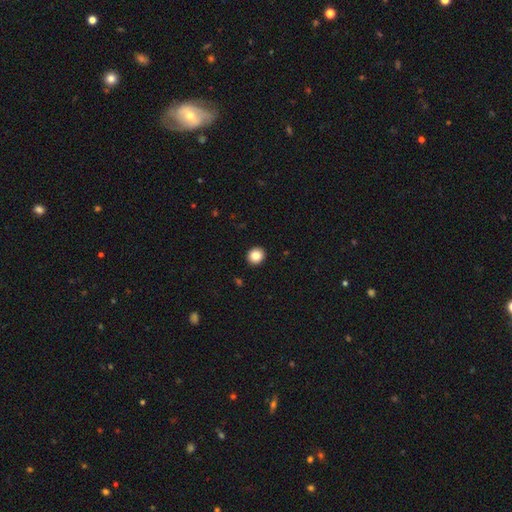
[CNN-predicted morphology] A smooth galaxy with no disk features (86%) that is round (86%). Merging: none (93%).